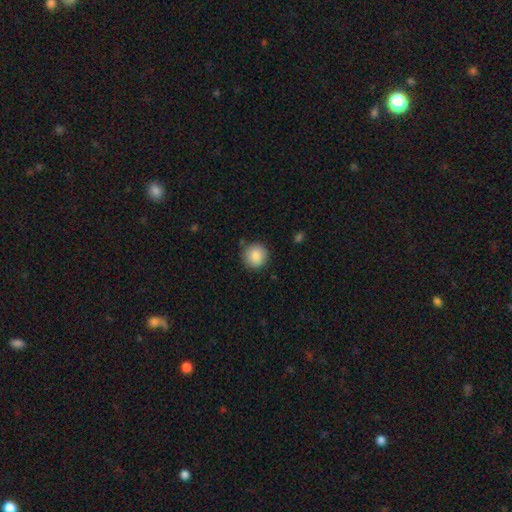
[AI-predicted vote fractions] Q: Smooth or featured?
A: smooth (86%); runner-up: star or artifact (8%)
Q: How rounded?
A: round (95%); runner-up: in between (4%)
Q: Merging?
A: none (87%); runner-up: minor disturbance (9%)